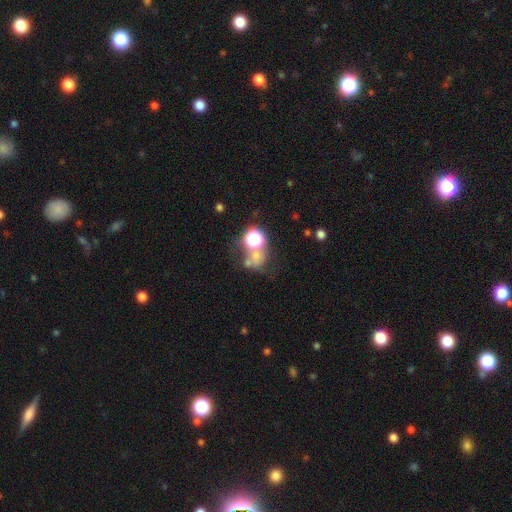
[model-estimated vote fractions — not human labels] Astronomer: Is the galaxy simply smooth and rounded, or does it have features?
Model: smooth — 50% (runner-up: star or artifact, 29%).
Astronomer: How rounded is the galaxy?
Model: round — 68%.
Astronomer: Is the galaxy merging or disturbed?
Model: none — 37% (runner-up: merger, 35%).